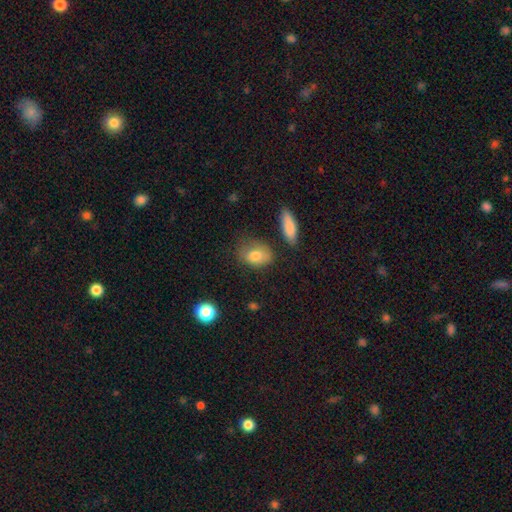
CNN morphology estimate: Overall: smooth (80%). How rounded: in between (73%). Merging: none (58%; minor disturbance 26%).